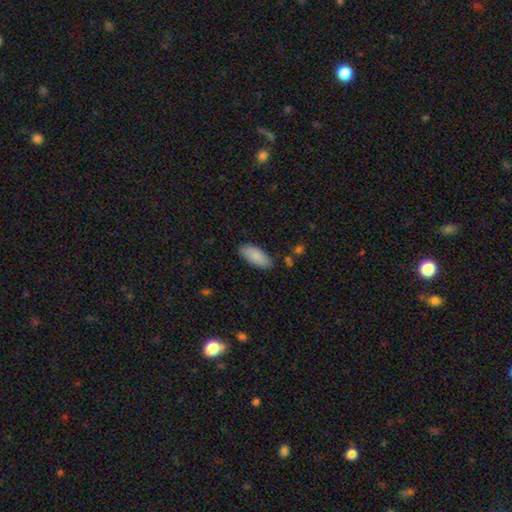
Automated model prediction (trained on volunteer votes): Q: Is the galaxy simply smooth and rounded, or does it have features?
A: smooth — 87%.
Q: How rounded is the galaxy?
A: in between — 86%.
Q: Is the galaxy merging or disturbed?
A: none — 82%.